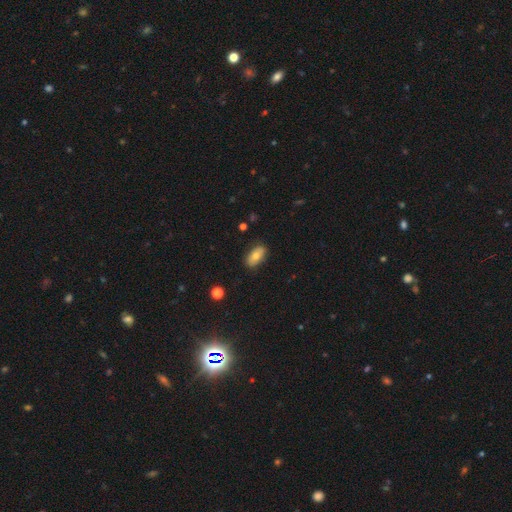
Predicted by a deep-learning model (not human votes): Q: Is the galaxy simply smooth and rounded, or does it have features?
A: smooth — 73%.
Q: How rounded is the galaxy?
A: in between — 91%.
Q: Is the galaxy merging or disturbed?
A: none — 85%.